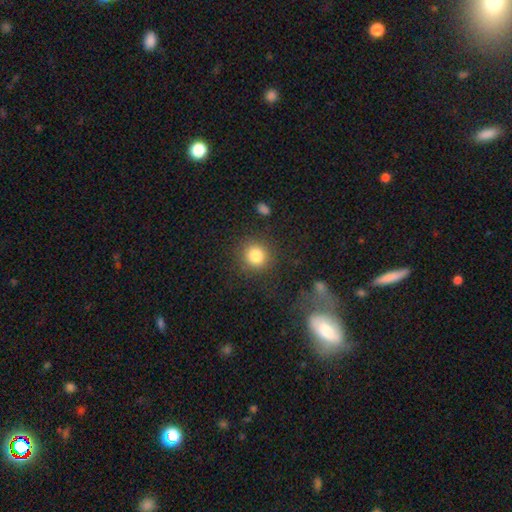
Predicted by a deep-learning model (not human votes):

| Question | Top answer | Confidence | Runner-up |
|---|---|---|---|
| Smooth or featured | smooth | 82% | star or artifact (11%) |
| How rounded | round | 91% | in between (8%) |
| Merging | none | 87% | minor disturbance (8%) |